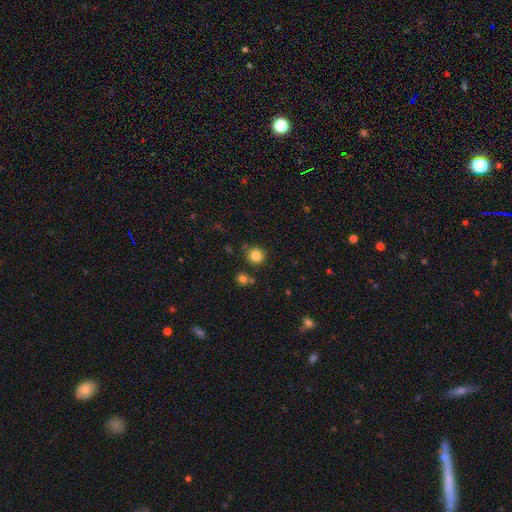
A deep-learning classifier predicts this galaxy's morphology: Smooth or featured: smooth — 83% (star or artifact — 12%)
How rounded: round — 92% (in between — 7%)
Merging: none — 84% (minor disturbance — 8%)